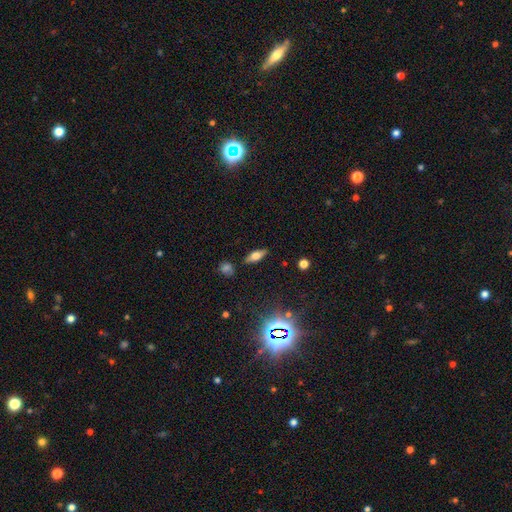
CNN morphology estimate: This appears to be a smooth galaxy with no disk features (54%) that is in between round and cigar-shaped (66%). Merging: none (85%).